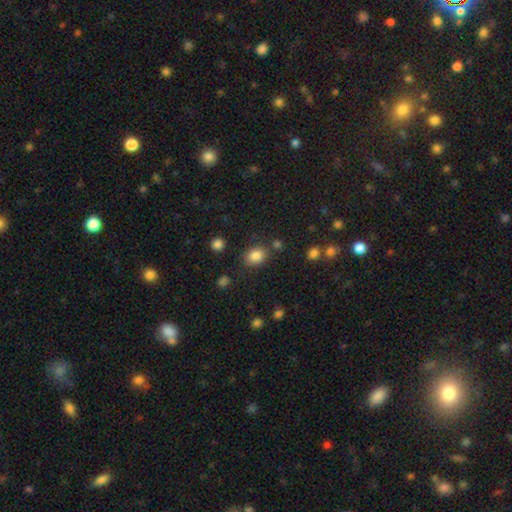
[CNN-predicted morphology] smooth_or_featured: smooth (p=0.84) [alt: star or artifact p=0.10]
how_rounded: in between (p=0.58) [alt: round p=0.41]
merging: none (p=0.79) [alt: minor disturbance p=0.12]